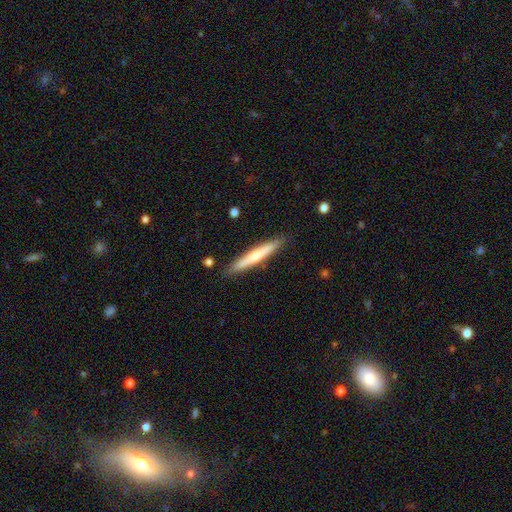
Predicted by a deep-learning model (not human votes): A smooth galaxy with no disk features (54%) that is cigar-shaped (95%). Merging: none (89%).